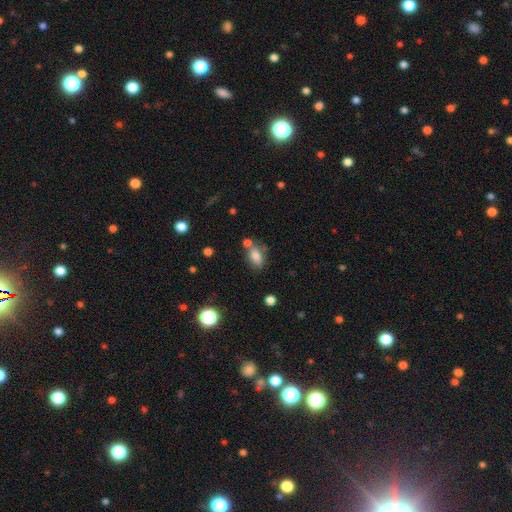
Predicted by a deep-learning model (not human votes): smooth-or-featured: smooth: 79% | star or artifact: 11% | featured or disk: 10%
  how-rounded: in between: 85% | round: 12% | cigar-shaped: 3%
  merging: none: 60% | merger: 20% | minor disturbance: 15% | major disturbance: 5%